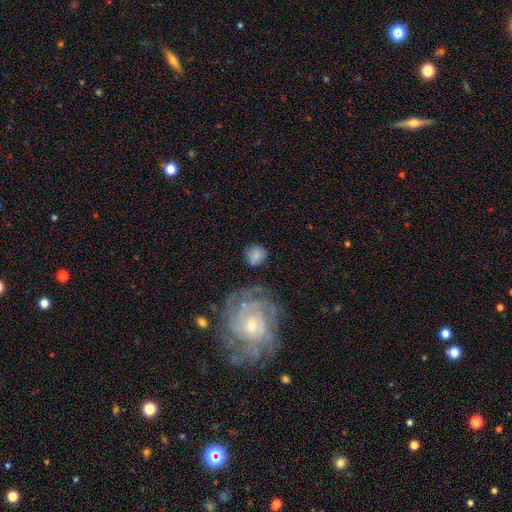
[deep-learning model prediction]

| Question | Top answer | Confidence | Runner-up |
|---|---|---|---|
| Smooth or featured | smooth | 71% | featured or disk (20%) |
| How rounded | round | 78% | in between (21%) |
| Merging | none | 66% | minor disturbance (17%) |